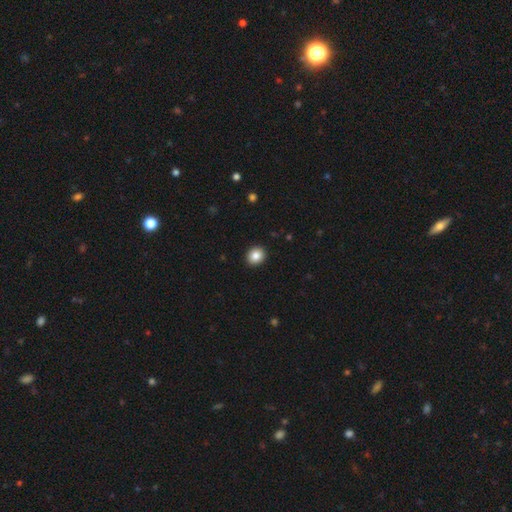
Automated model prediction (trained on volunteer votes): Smooth or featured: smooth — 85% (star or artifact — 9%)
How rounded: round — 70% (in between — 29%)
Merging: none — 92% (minor disturbance — 5%)